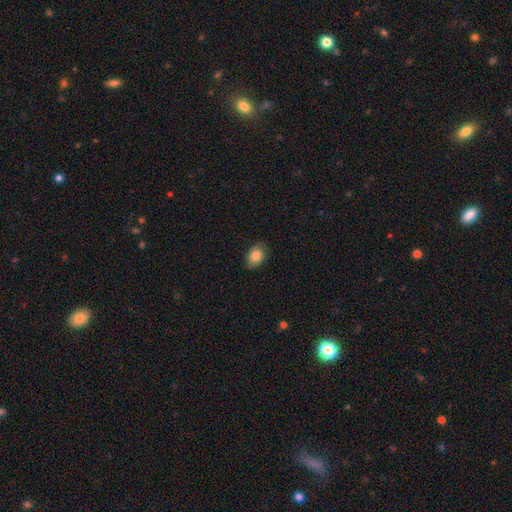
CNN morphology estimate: A smooth galaxy with no disk features (85%) that is in between round and cigar-shaped (84%).

Vote fractions:
- Smooth or featured? smooth: 85% / featured or disk: 8% / star or artifact: 7%
- How rounded? in between: 84% / round: 15% / cigar-shaped: 1%
- Merging? none: 84% / minor disturbance: 13% / major disturbance: 2% / merger: 1%